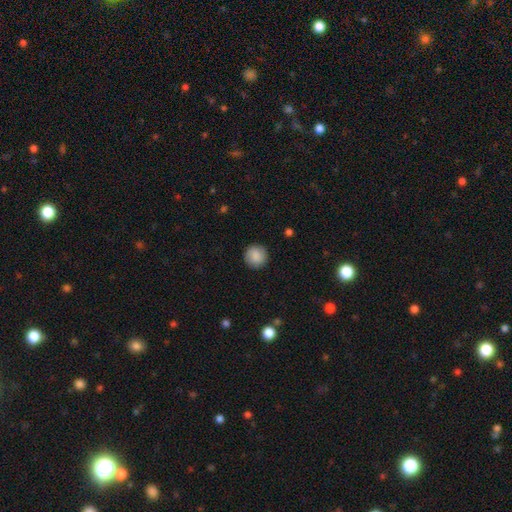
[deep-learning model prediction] Smooth or featured? Predicted: smooth (p=0.87). How rounded? Predicted: round (p=0.94). Merging? Predicted: none (p=0.90).